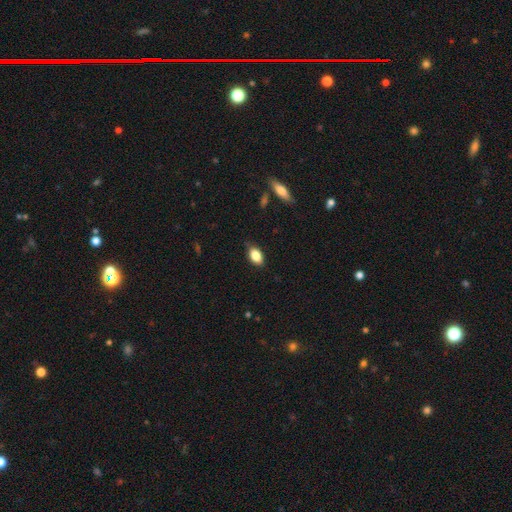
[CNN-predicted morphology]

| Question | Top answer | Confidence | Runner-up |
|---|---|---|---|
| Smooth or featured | smooth | 85% | star or artifact (8%) |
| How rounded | in between | 89% | round (8%) |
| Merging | none | 80% | minor disturbance (16%) |